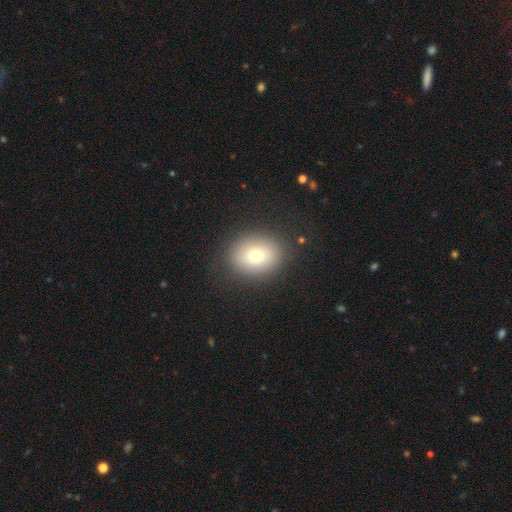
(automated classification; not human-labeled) smooth-or-featured: smooth: 73% | featured or disk: 15% | star or artifact: 12%
  how-rounded: round: 57% | in between: 42% | cigar-shaped: 1%
  merging: none: 86% | minor disturbance: 9% | major disturbance: 4% | merger: 1%